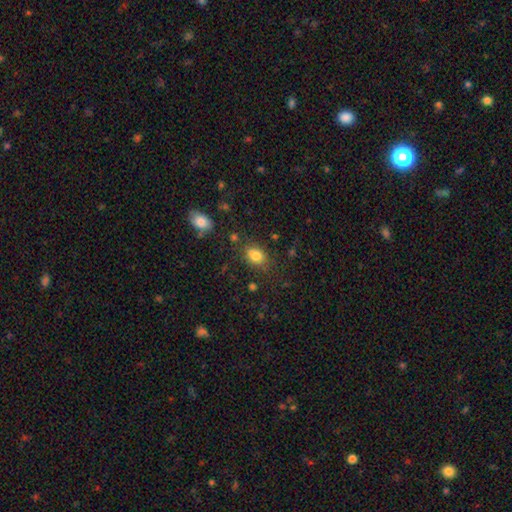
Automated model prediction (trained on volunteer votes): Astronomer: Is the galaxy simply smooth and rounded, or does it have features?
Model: smooth — 81%.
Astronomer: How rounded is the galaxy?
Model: in between — 76%.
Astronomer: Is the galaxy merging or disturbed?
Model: none — 73%.